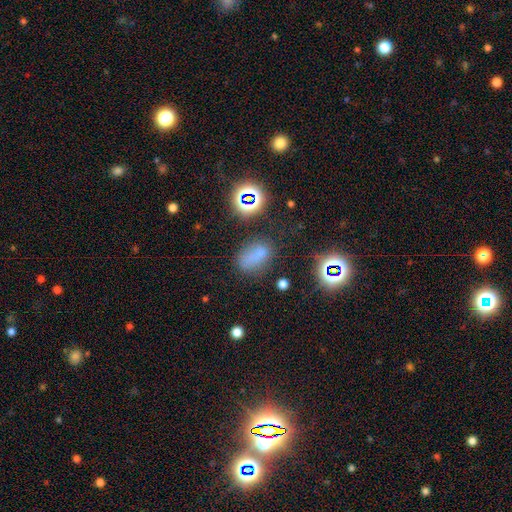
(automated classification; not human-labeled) Smooth or featured? smooth (60%)
How rounded? in between (79%)
Merging? none (56%)